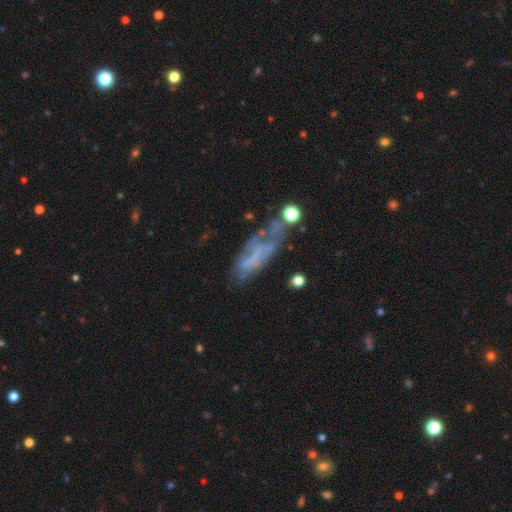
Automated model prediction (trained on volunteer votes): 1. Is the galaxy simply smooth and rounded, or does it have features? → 55% featured or disk, 30% smooth, 15% star or artifact.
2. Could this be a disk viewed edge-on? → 82% no, 18% yes.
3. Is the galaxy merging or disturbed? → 38% none, 28% major disturbance, 25% minor disturbance, 9% merger.